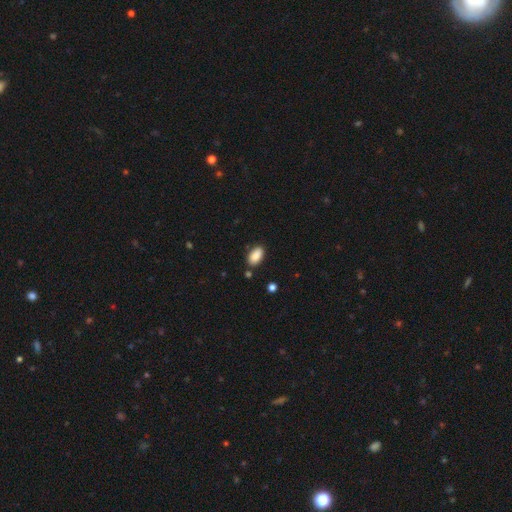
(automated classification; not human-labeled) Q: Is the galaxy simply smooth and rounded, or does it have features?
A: smooth — 89%.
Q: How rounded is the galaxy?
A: in between — 94%.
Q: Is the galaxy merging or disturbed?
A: none — 82%.